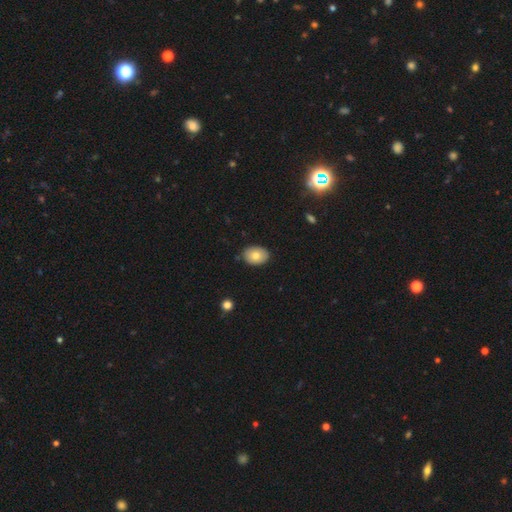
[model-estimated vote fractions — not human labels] Smooth or featured? Predicted: smooth (p=0.78). How rounded? Predicted: in between (p=0.79). Merging? Predicted: none (p=0.86).